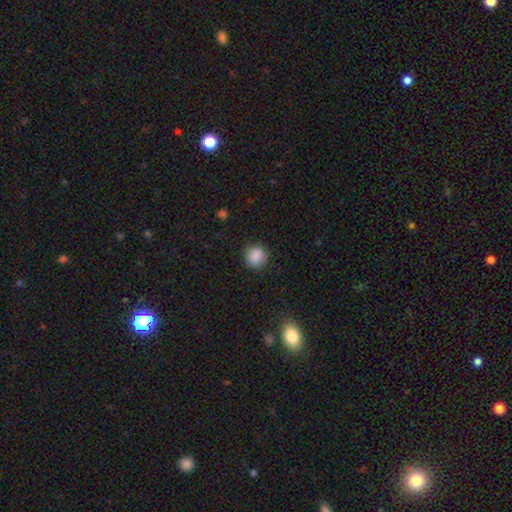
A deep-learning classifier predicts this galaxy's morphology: smooth_or_featured: smooth (p=0.88) [alt: star or artifact p=0.09]
how_rounded: round (p=0.83) [alt: in between p=0.16]
merging: none (p=0.83) [alt: minor disturbance p=0.12]